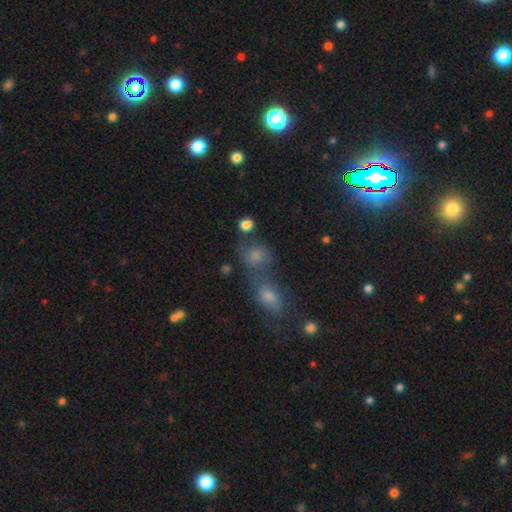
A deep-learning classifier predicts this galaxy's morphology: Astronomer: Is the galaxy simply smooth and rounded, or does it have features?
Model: smooth — 76%.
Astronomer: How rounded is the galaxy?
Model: round — 63%.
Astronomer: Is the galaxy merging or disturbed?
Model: merger — 40% (runner-up: none, 38%).